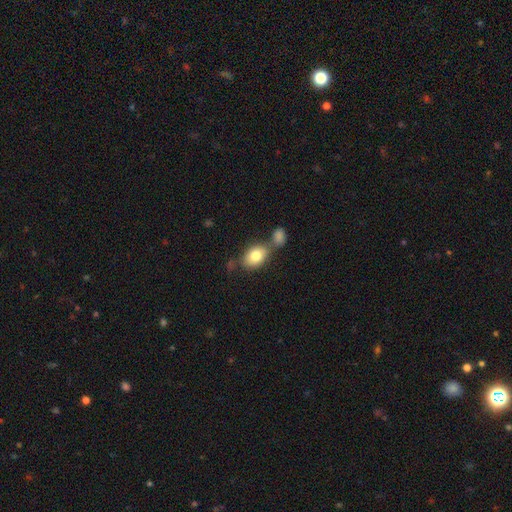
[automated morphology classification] This appears to be a smooth galaxy with no disk features (80%) that is in between round and cigar-shaped (79%). Merging: none (49%).